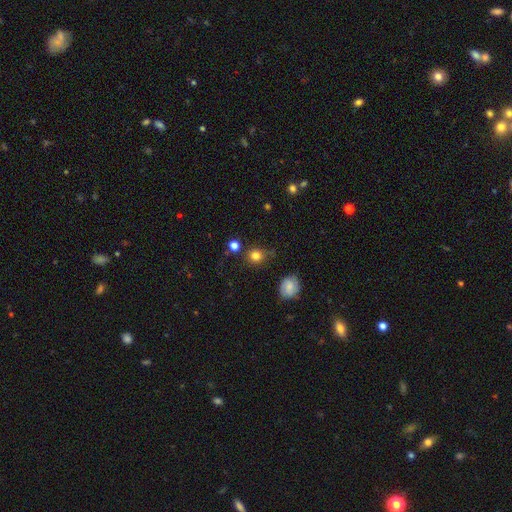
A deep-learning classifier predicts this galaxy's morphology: The model was most divided on "merging": none: 75%, minor disturbance: 16%, merger: 5%, major disturbance: 4%. More confident: how rounded — round (85%); smooth or featured — smooth (80%).